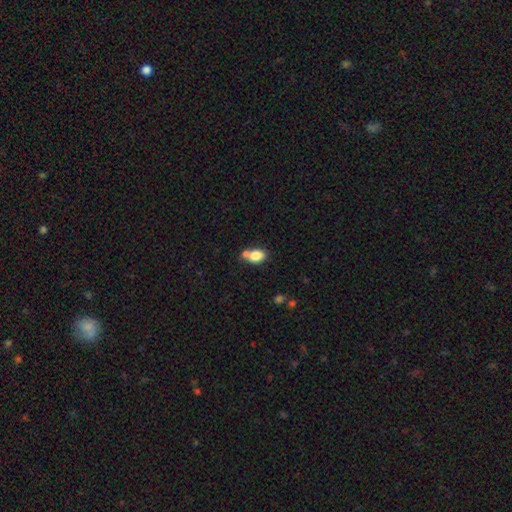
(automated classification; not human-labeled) This is clearly a smooth galaxy (81%). How rounded: likely in between (76%). Merging: marginally none (43%).